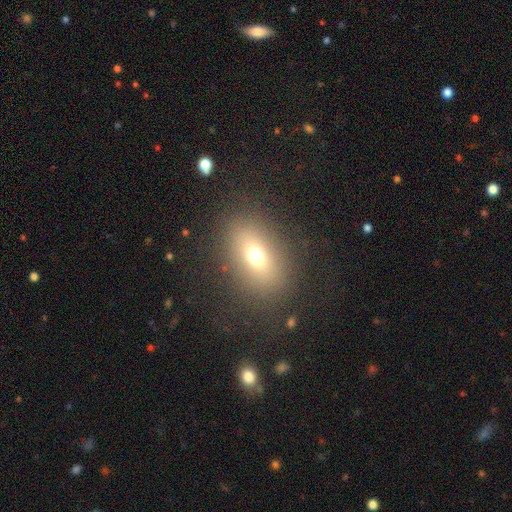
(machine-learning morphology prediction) smooth_or_featured: smooth (p=0.69) [alt: featured or disk p=0.16]
how_rounded: in between (p=0.76) [alt: round p=0.21]
merging: none (p=0.85) [alt: minor disturbance p=0.09]